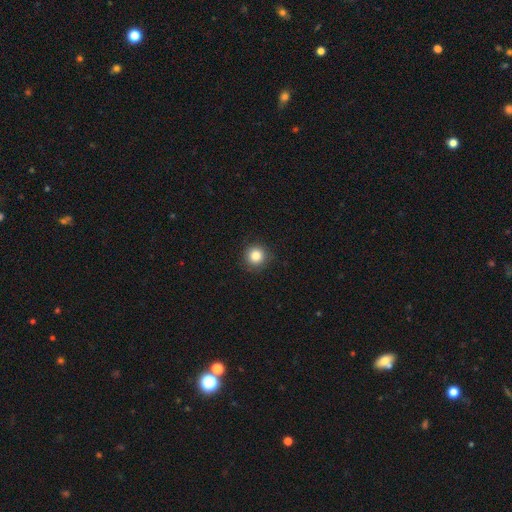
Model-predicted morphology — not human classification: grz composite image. It shows a smooth galaxy with no disk features (84%) that is round (94%). Merging: none (90%).